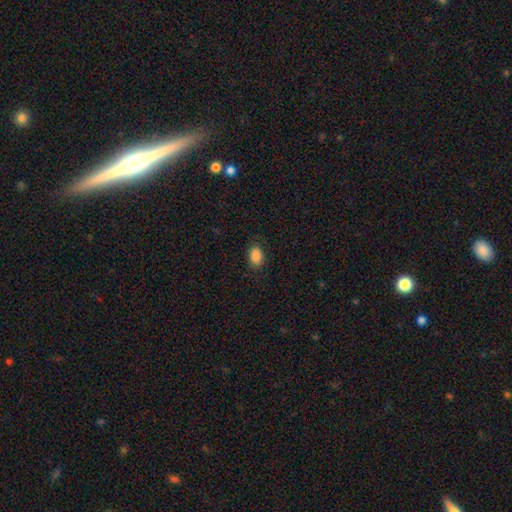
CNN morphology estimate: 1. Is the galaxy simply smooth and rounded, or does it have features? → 87% smooth, 9% star or artifact, 4% featured or disk.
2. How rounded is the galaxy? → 80% in between, 19% round, 1% cigar-shaped.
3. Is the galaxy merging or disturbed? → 85% none, 11% minor disturbance, 3% major disturbance, 1% merger.